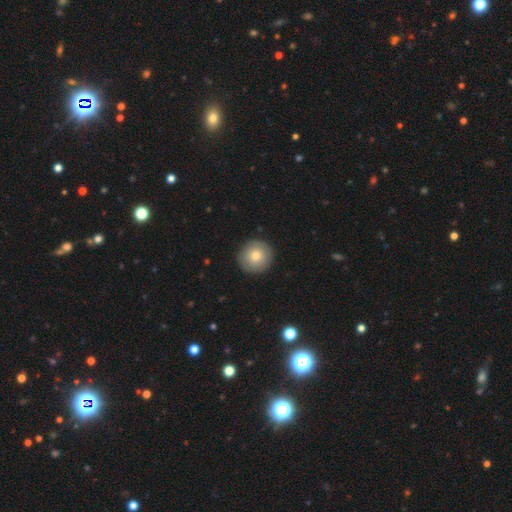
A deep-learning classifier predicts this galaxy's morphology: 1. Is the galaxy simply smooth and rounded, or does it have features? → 74% smooth, 19% featured or disk, 8% star or artifact.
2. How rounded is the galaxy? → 95% round, 5% in between, 1% cigar-shaped.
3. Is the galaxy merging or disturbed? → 89% none, 8% minor disturbance, 2% major disturbance, 1% merger.